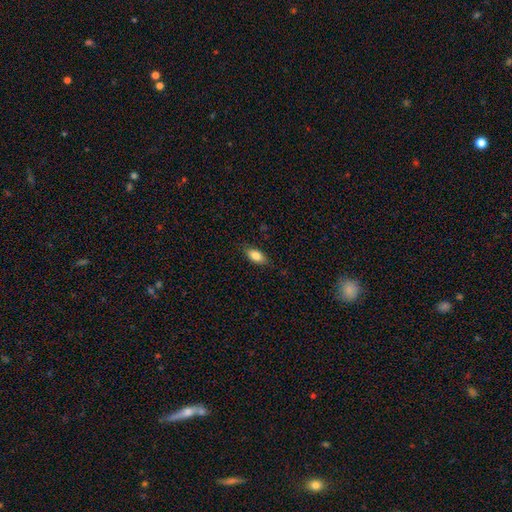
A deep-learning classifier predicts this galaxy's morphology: A smooth galaxy with no disk features (83%) that is in between round and cigar-shaped (88%). Merging: none (84%).